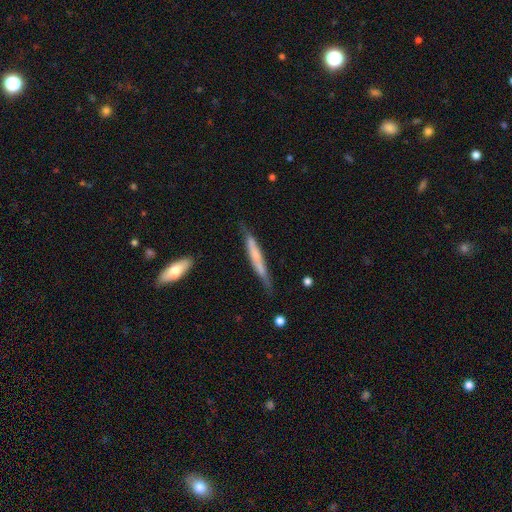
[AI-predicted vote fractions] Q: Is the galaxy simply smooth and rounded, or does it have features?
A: featured or disk — 47%, tied with smooth.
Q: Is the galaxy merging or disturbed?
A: none — 69%.